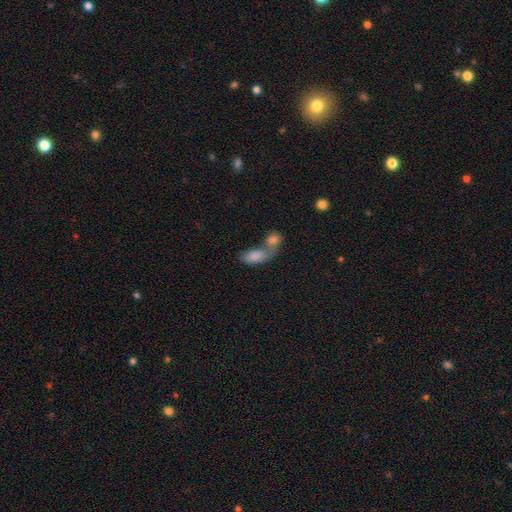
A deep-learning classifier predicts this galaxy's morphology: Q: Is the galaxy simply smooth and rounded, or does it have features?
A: smooth — 82%.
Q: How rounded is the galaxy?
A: in between — 89%.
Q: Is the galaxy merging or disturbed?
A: merger — 68%.